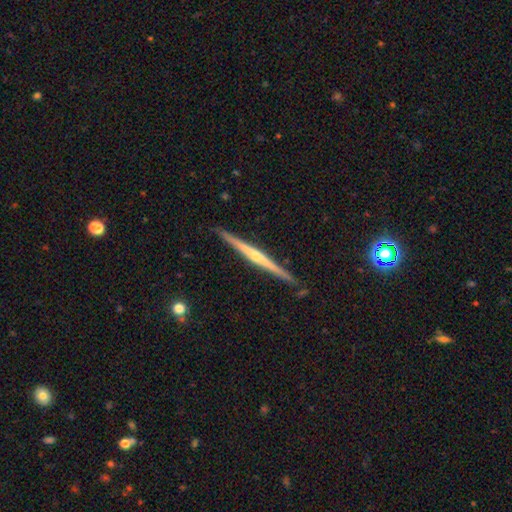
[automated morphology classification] Smooth or featured? featured or disk (81%)
Edge-on disk? yes (99%)
Edge-on bulge? rounded (70%)
Merging? none (91%)